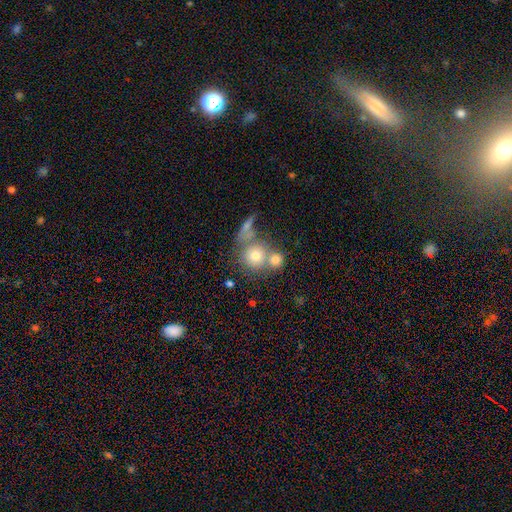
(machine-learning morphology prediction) Smooth or featured: smooth — 69% (featured or disk — 19%)
How rounded: round — 85% (in between — 13%)
Merging: merger — 43% (none — 41%)